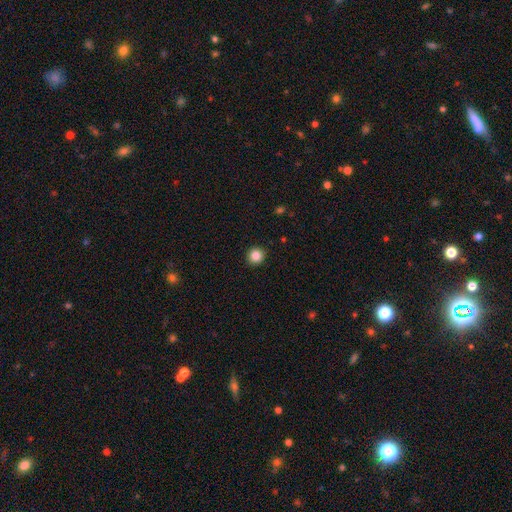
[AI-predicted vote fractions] A smooth galaxy with no disk features (85%) that is round (94%). Merging: none (93%).